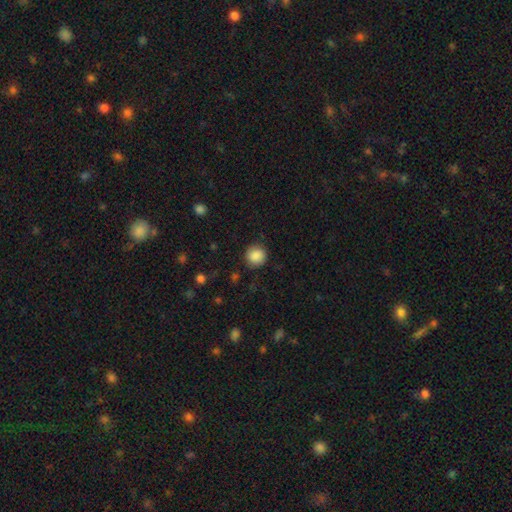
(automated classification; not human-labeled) Smooth or featured? smooth (88%)
How rounded? round (92%)
Merging? none (88%)